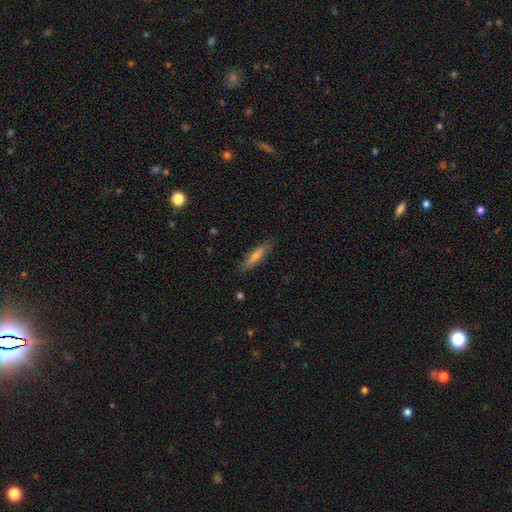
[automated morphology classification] The model was most divided on "smooth or featured": smooth: 60%, featured or disk: 33%, star or artifact: 7%. More confident: merging — none (85%); how rounded — cigar-shaped (77%).